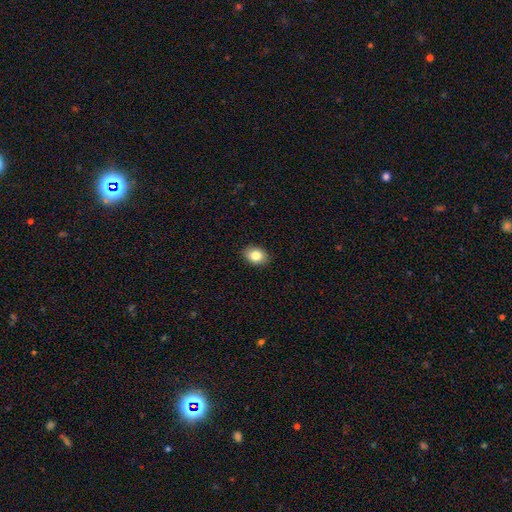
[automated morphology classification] The model was most divided on "how rounded": in between: 68%, round: 31%, cigar-shaped: 1%. More confident: merging — none (90%); smooth or featured — smooth (83%).